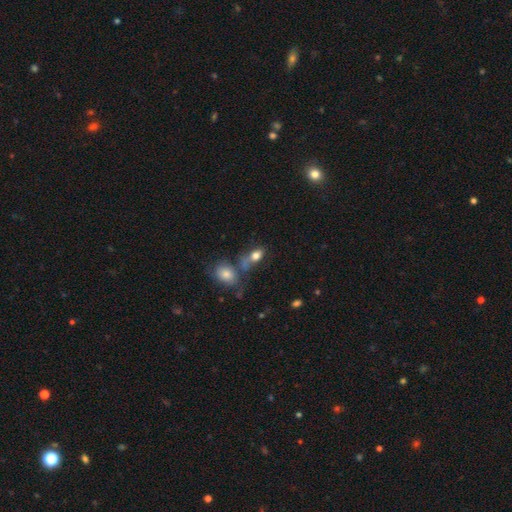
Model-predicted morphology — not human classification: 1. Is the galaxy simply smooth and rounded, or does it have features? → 76% smooth, 14% featured or disk, 10% star or artifact.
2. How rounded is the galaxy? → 82% in between, 11% round, 7% cigar-shaped.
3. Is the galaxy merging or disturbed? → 44% none, 31% merger, 16% minor disturbance, 9% major disturbance.